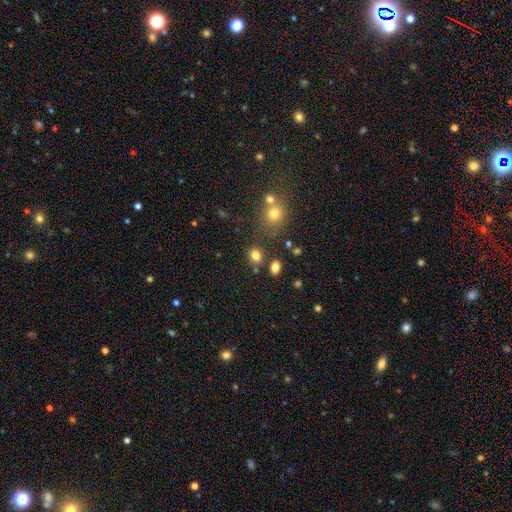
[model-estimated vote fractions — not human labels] A smooth galaxy with no disk features (79%) that is round (61%). Merging: none (76%).